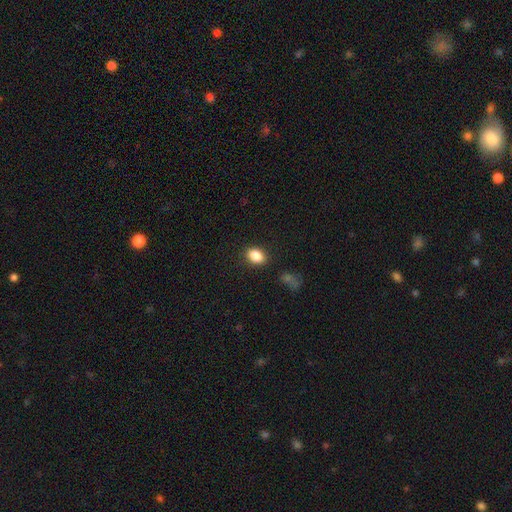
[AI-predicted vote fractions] Smooth or featured? Predicted: smooth (p=0.86). How rounded? Predicted: in between (p=0.81). Merging? Predicted: none (p=0.85).